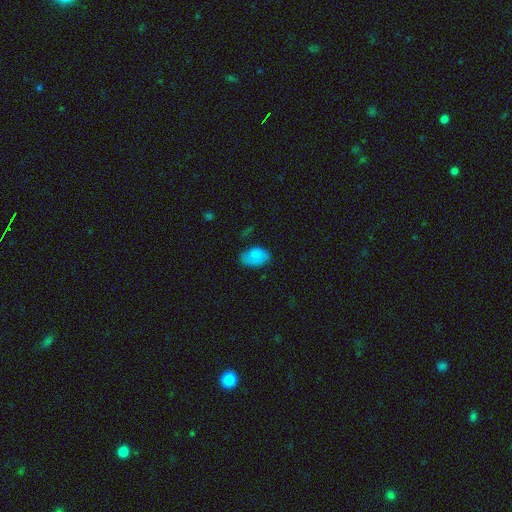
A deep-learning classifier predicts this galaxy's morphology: Smooth or featured? Predicted: smooth (p=0.78). How rounded? Predicted: in between (p=0.87). Merging? Predicted: none (p=0.62).